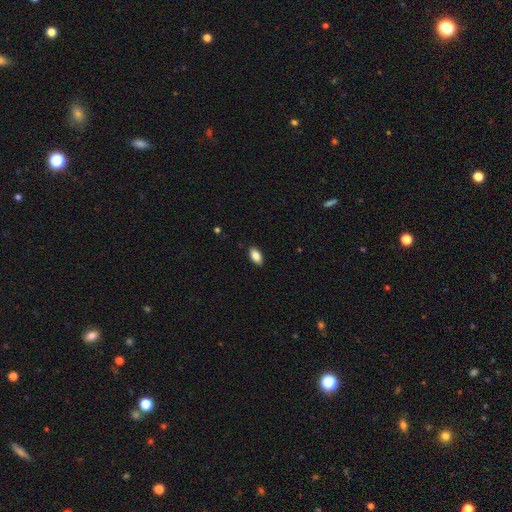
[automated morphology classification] This appears to be a smooth galaxy with no disk features (86%) that is in between round and cigar-shaped (92%). Merging: none (89%).